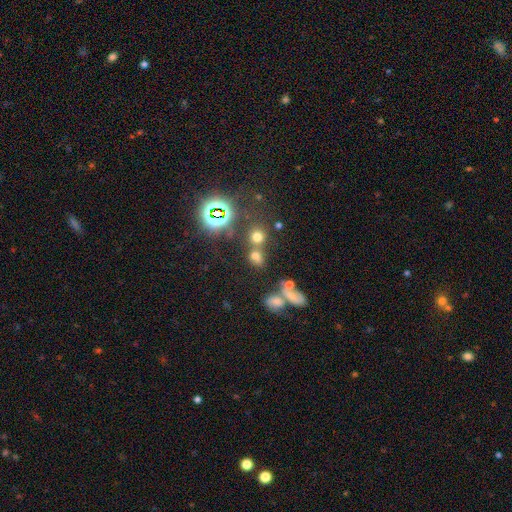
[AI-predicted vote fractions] A smooth galaxy with no disk features (59%) that is round (62%).

Vote fractions:
- Smooth or featured? smooth: 59% / star or artifact: 31% / featured or disk: 10%
- How rounded? round: 62% / in between: 35% / cigar-shaped: 3%
- Merging? none: 54% / merger: 30% / minor disturbance: 10% / major disturbance: 6%